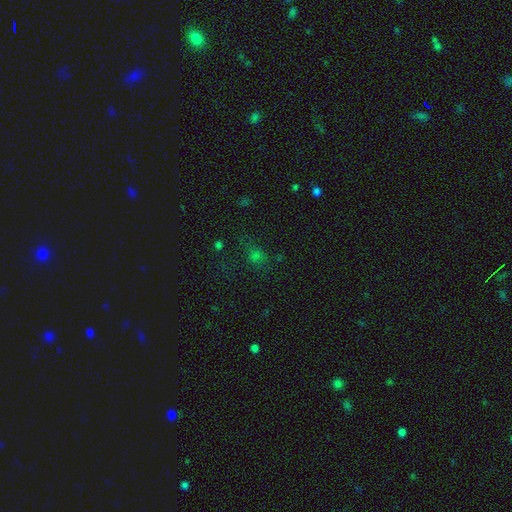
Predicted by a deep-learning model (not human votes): star or artifact 47%, smooth 42%, featured or disk 11%.